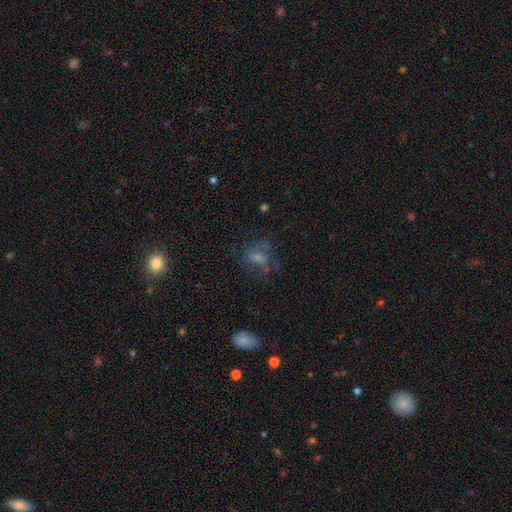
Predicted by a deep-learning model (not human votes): Overall: smooth (42%; featured or disk 35%). Merging: none (54%; major disturbance 23%).